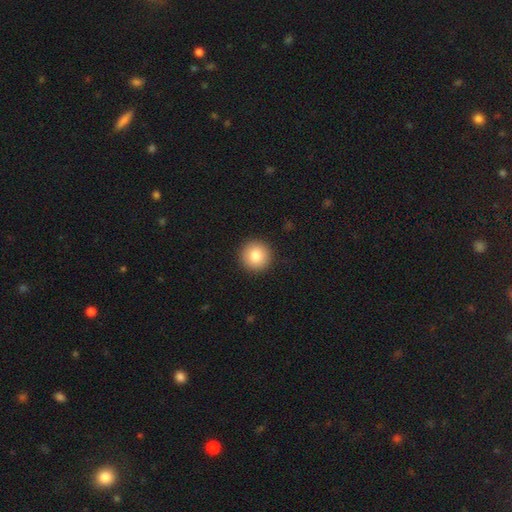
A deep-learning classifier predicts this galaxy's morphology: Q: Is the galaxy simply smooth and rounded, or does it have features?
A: smooth — 82%.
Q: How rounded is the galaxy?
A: round — 95%.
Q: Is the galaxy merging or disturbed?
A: none — 93%.